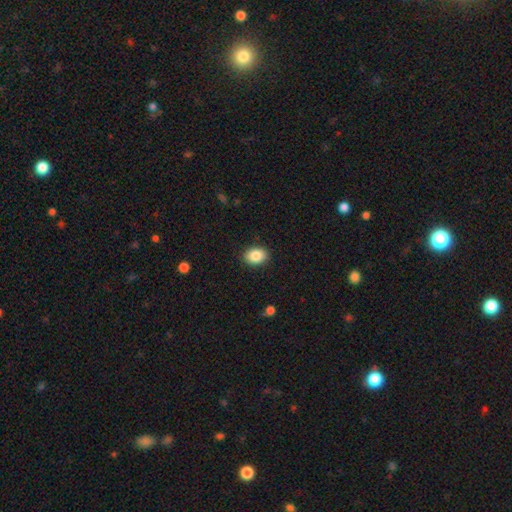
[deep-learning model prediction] This appears to be a smooth galaxy with no disk features (87%) that is in between round and cigar-shaped (71%). Merging: none (89%).